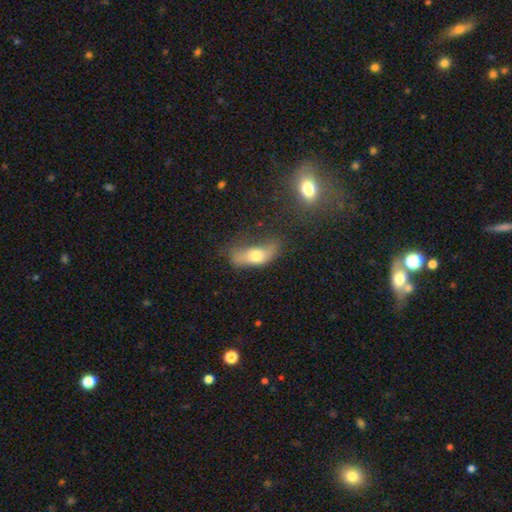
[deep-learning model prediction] Smooth or featured? smooth (62%)
How rounded? in between (76%)
Merging? none (33%)